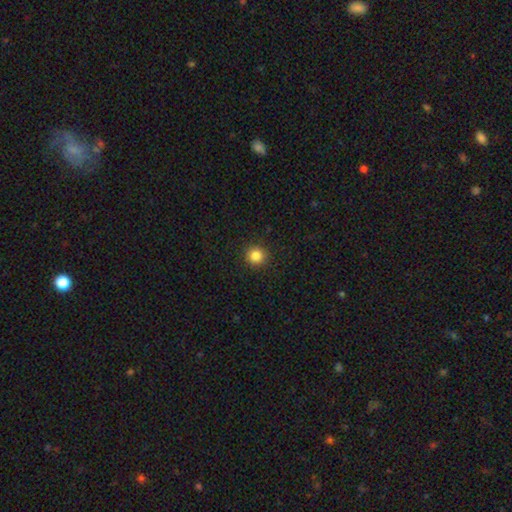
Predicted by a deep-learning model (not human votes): The model was most divided on "smooth or featured": smooth: 84%, star or artifact: 12%, featured or disk: 5%. More confident: how rounded — round (94%); merging — none (92%).